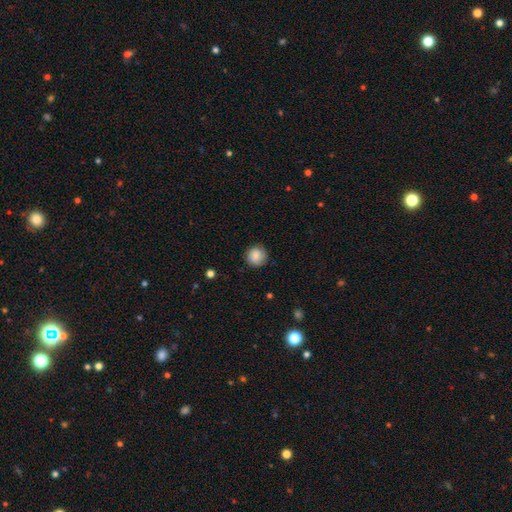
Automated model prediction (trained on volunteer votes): Smooth or featured? Predicted: smooth (p=0.84). How rounded? Predicted: round (p=0.93). Merging? Predicted: none (p=0.84).